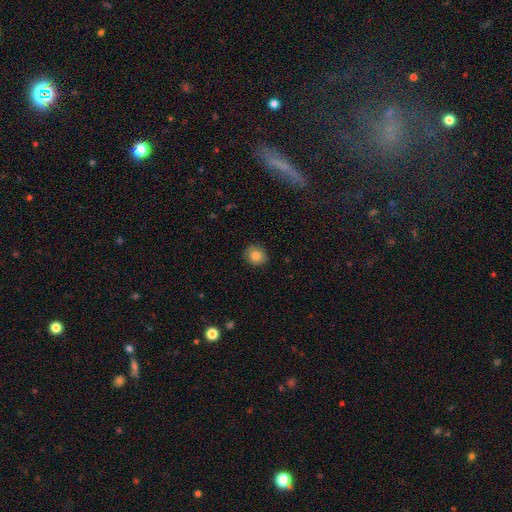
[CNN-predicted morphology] Overall: smooth (84%). How rounded: round (77%). Merging: none (87%).